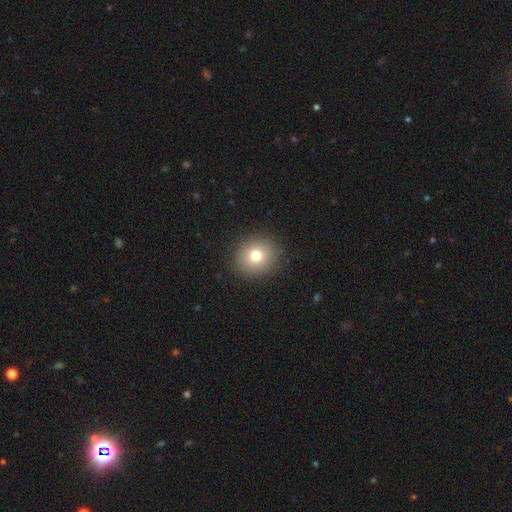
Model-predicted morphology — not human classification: Q: Smooth or featured?
A: smooth (77%); runner-up: star or artifact (12%)
Q: How rounded?
A: round (85%); runner-up: in between (14%)
Q: Merging?
A: none (89%); runner-up: minor disturbance (7%)